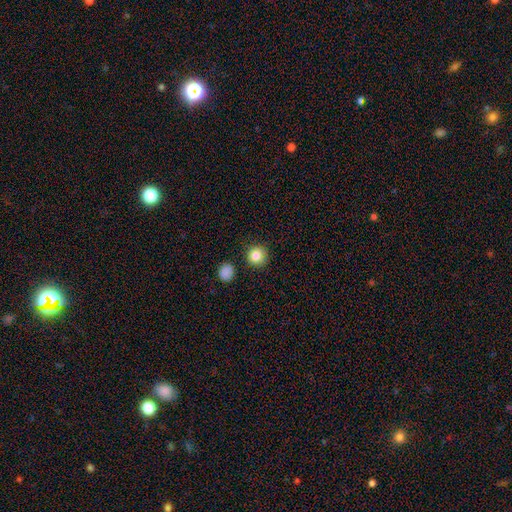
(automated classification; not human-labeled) This appears to be a smooth galaxy with no disk features (85%) that is round (93%). Merging: none (89%).